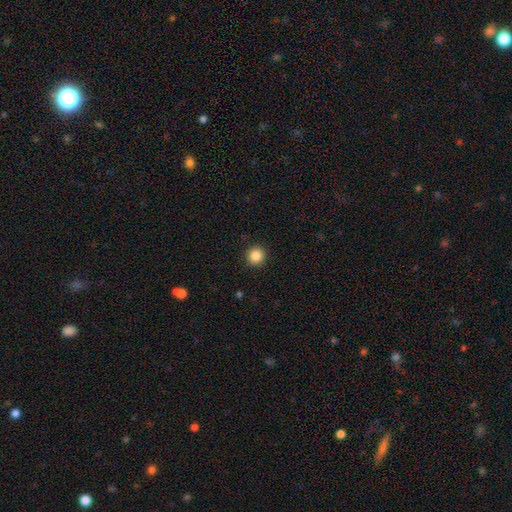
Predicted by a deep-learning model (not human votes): A smooth galaxy with no disk features (86%) that is round (94%).

Vote fractions:
- Smooth or featured? smooth: 86% / star or artifact: 10% / featured or disk: 4%
- How rounded? round: 94% / in between: 5% / cigar-shaped: 1%
- Merging? none: 93% / minor disturbance: 5% / major disturbance: 2% / merger: 1%